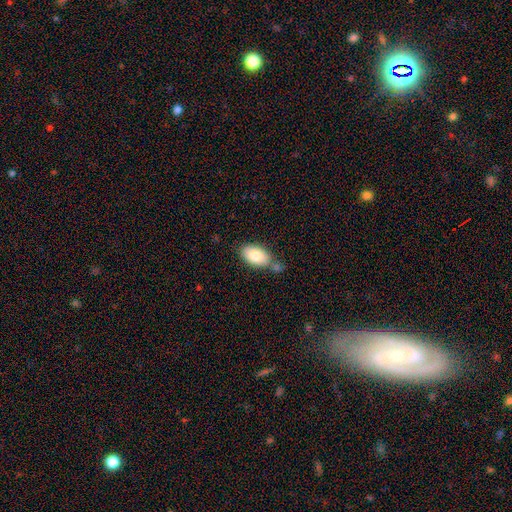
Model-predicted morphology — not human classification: This appears to be a smooth galaxy with no disk features (82%) that is in between round and cigar-shaped (93%). Merging: none (60%).